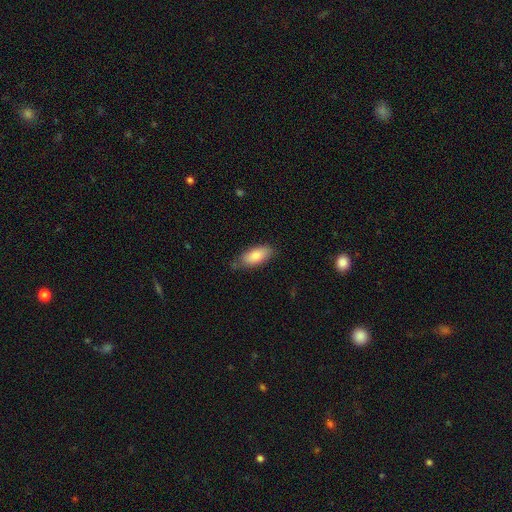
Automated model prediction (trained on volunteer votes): This appears to be a smooth galaxy with no disk features (84%) that is in between round and cigar-shaped (85%). Merging: none (74%).